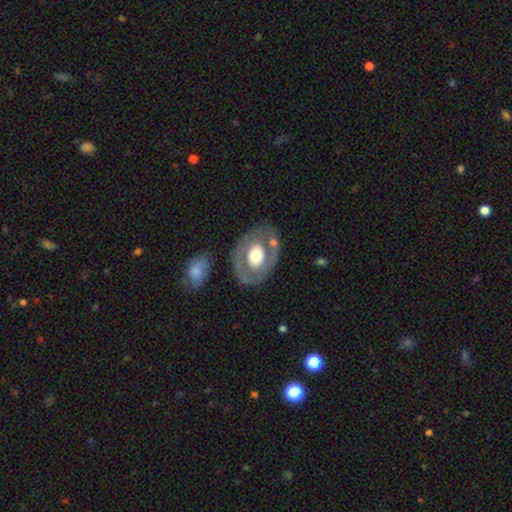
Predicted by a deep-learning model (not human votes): A featured or disk galaxy (54%). Merging: none (73%).